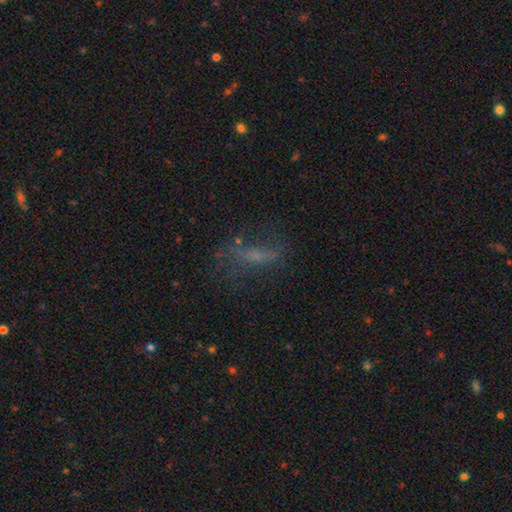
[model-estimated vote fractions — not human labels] Smooth or featured? featured or disk (42%)
Merging? none (53%)